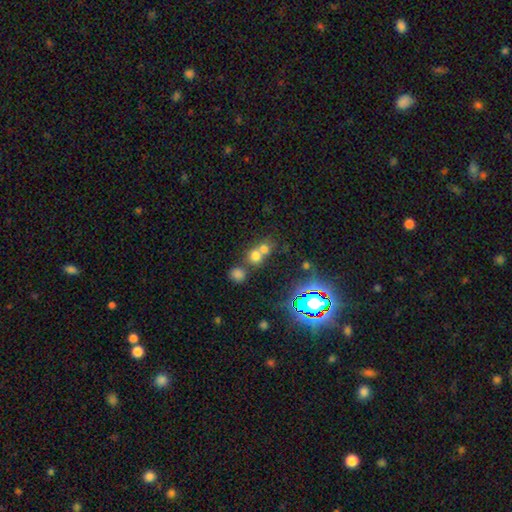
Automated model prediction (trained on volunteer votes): smooth 65%, star or artifact 23%, featured or disk 12%. Down the decision tree: how rounded — round (80%); merging — merger (53%).